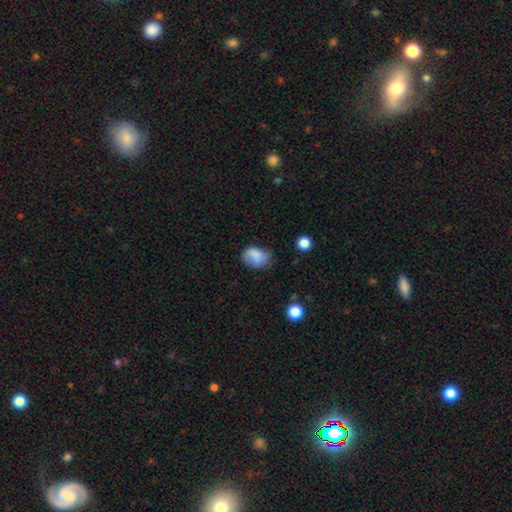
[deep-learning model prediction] Smooth or featured?
  - smooth: 77% *
  - featured or disk: 14%
  - star or artifact: 9%
How rounded?
  - in between: 67% *
  - round: 32%
  - cigar-shaped: 1%
Merging?
  - none: 55% *
  - minor disturbance: 31%
  - major disturbance: 12%
  - merger: 2%